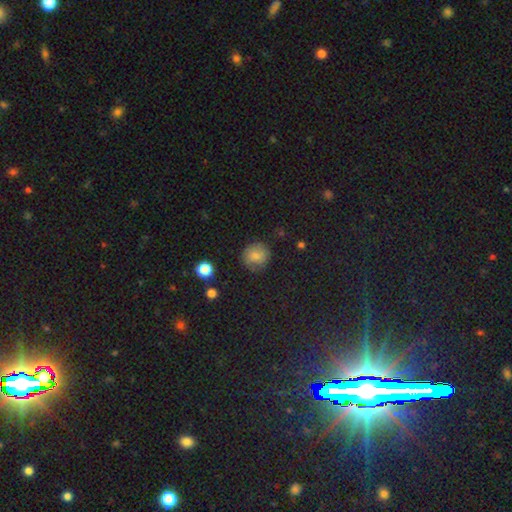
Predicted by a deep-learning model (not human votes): This appears to be a smooth galaxy with no disk features (77%) that is round (86%). Merging: none (75%).